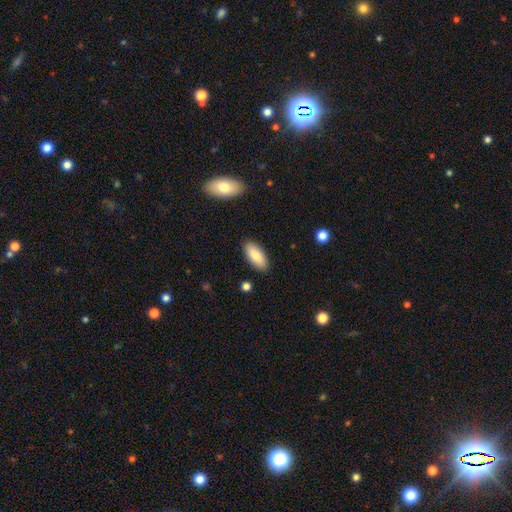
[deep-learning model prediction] smooth-or-featured: smooth: 83% | featured or disk: 11% | star or artifact: 6%
  how-rounded: in between: 86% | cigar-shaped: 12% | round: 2%
  merging: none: 87% | minor disturbance: 9% | major disturbance: 2% | merger: 2%